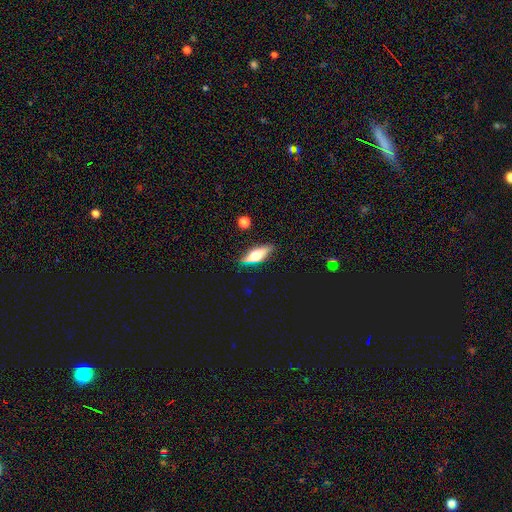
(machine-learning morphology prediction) Overall: featured or disk (49%; smooth 42%). Merging: none (81%).